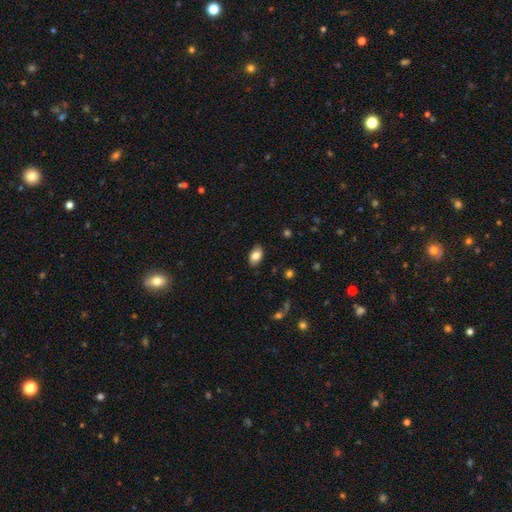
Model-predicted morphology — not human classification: Smooth or featured? smooth (83%)
How rounded? in between (91%)
Merging? none (86%)